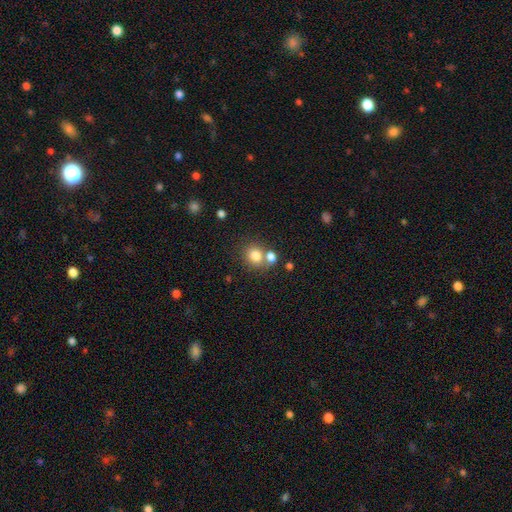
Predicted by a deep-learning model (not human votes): smooth-or-featured: smooth: 80% | star or artifact: 11% | featured or disk: 9%
  how-rounded: round: 76% | in between: 23% | cigar-shaped: 1%
  merging: none: 54% | merger: 34% | minor disturbance: 9% | major disturbance: 3%